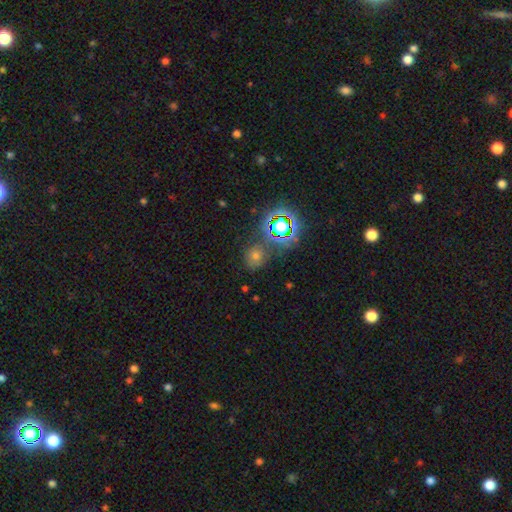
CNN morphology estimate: Smooth or featured: smooth — 53% (star or artifact — 37%)
How rounded: round — 72% (in between — 26%)
Merging: none — 72% (minor disturbance — 15%)